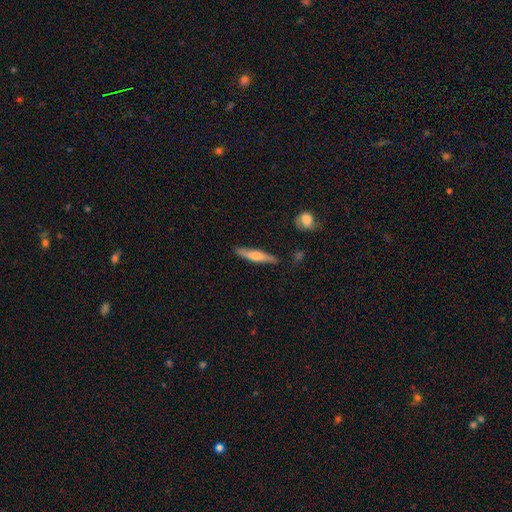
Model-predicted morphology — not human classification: A smooth galaxy with no disk features (55%) that is cigar-shaped (89%). Merging: none (87%).